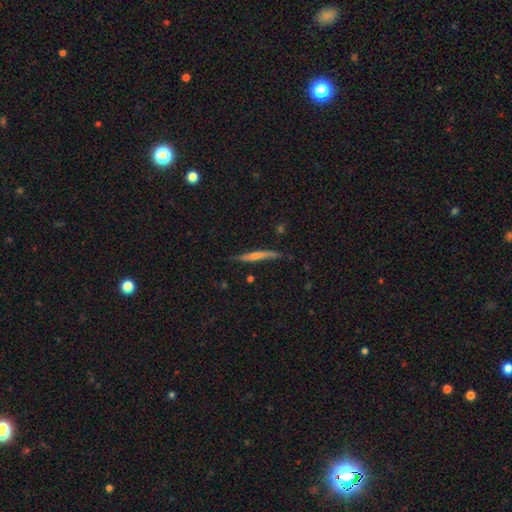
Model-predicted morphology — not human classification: Smooth or featured? Predicted: featured or disk (p=0.57). Edge-on disk? Predicted: yes (p=0.95). Edge-on bulge? Predicted: rounded (p=0.54). Merging? Predicted: none (p=0.80).